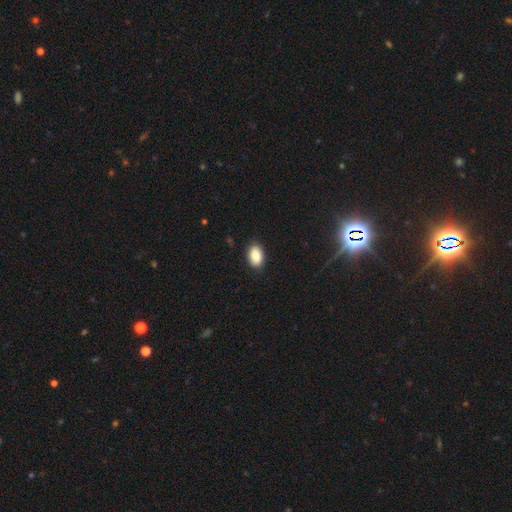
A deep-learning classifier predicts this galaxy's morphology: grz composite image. It shows a smooth galaxy with no disk features (87%) that is in between round and cigar-shaped (91%). Merging: none (88%).